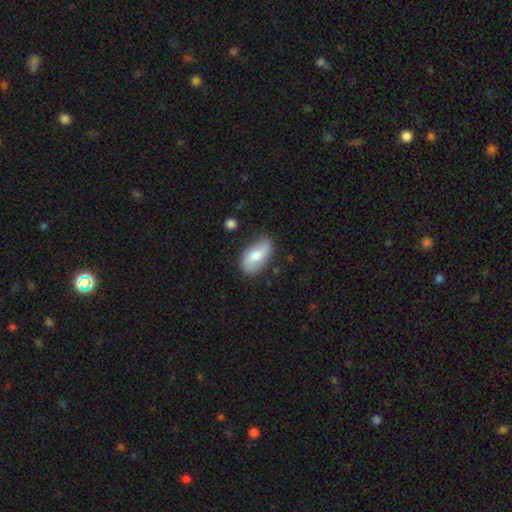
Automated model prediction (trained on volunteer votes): Smooth or featured: smooth — 61% (featured or disk — 33%)
How rounded: in between — 93% (round — 5%)
Merging: none — 71% (minor disturbance — 22%)